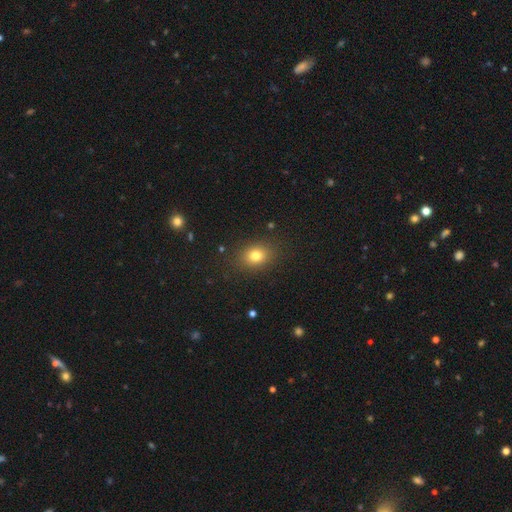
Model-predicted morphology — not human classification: A smooth galaxy with no disk features (79%) that is in between round and cigar-shaped (52%).

Vote fractions:
- Smooth or featured? smooth: 79% / star or artifact: 13% / featured or disk: 8%
- How rounded? in between: 52% / round: 47% / cigar-shaped: 1%
- Merging? none: 86% / minor disturbance: 9% / major disturbance: 3% / merger: 1%